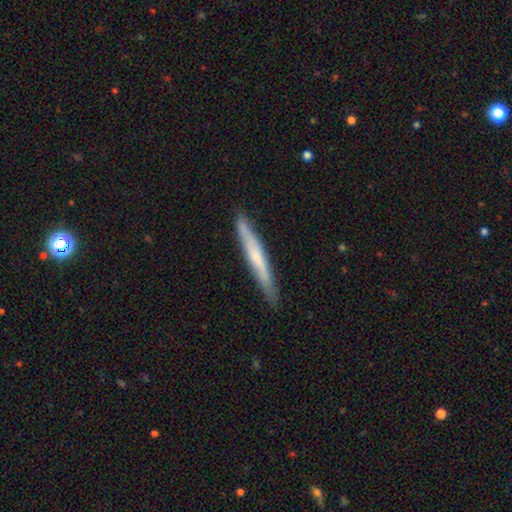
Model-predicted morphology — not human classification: A smooth galaxy with no disk features (50%).

Vote fractions:
- Smooth or featured? smooth: 50% / featured or disk: 45% / star or artifact: 5%
- Merging? none: 86% / minor disturbance: 11% / major disturbance: 2% / merger: 1%